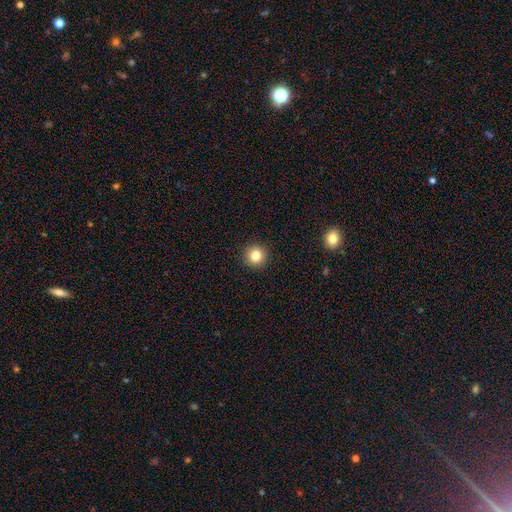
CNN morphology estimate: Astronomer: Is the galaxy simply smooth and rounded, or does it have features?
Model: smooth — 82%.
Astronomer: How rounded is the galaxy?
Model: round — 95%.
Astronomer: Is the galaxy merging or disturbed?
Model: none — 93%.